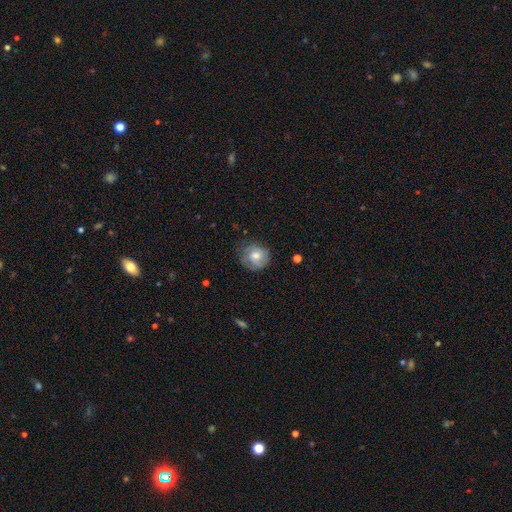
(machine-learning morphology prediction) This is possibly a smooth galaxy (55%). How rounded: clearly round (84%). Merging: likely none (68%).